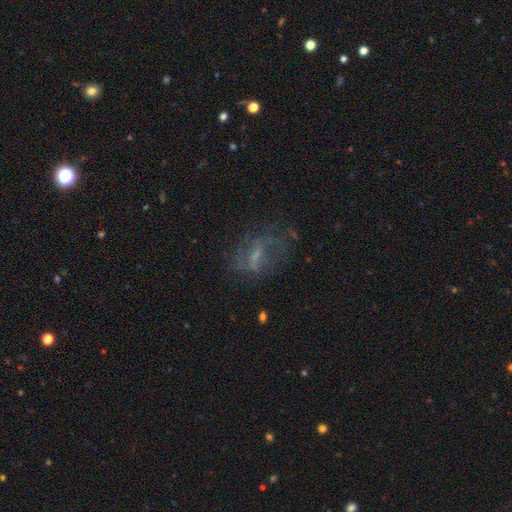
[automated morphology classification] Overall: featured or disk (56%; smooth 27%). Edge-on disk: no (93%). Bar: weak (44%; no 38%). Spiral arms: yes (51%; no 49%). Bulge size: small (46%; none 28%). Merging: none (52%; major disturbance 25%).